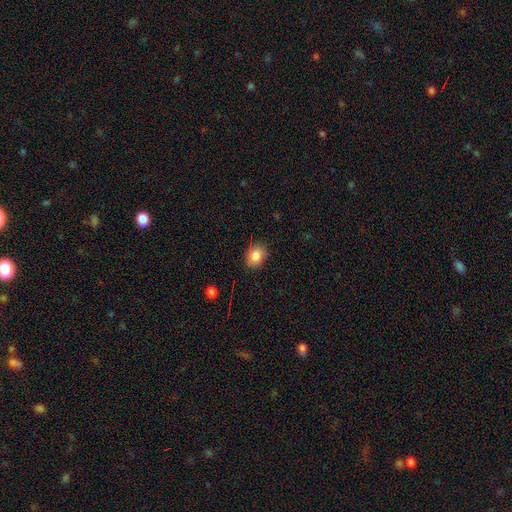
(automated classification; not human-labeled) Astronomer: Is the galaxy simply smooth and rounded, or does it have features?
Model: smooth — 84%.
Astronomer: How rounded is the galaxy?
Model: in between — 57% (runner-up: round, 42%).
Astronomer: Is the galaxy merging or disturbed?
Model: none — 83%.